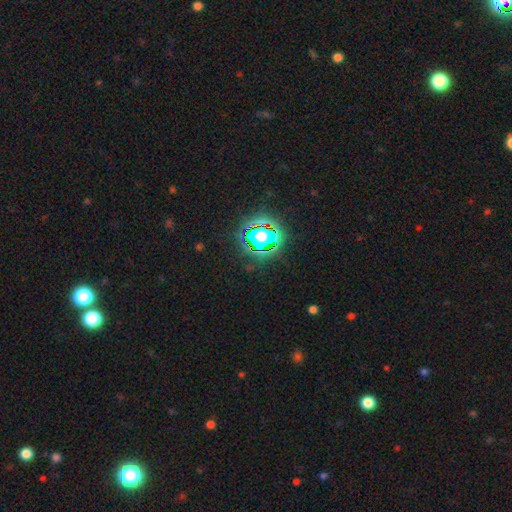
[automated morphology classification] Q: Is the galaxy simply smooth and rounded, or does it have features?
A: star or artifact — 82%.